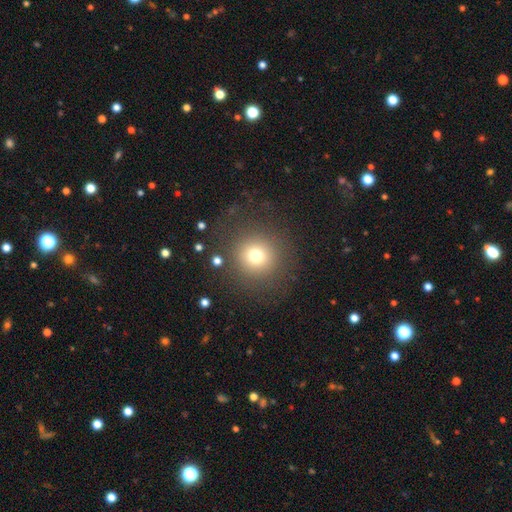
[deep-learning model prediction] Smooth or featured: smooth — 73% (star or artifact — 16%)
How rounded: round — 93% (in between — 6%)
Merging: none — 84% (minor disturbance — 8%)